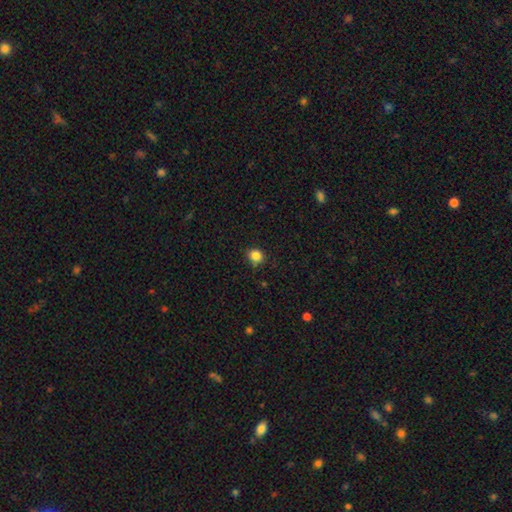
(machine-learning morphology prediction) Smooth or featured?
  - smooth: 84% *
  - star or artifact: 12%
  - featured or disk: 4%
How rounded?
  - round: 81% *
  - in between: 18%
  - cigar-shaped: 1%
Merging?
  - none: 82% *
  - minor disturbance: 13%
  - major disturbance: 3%
  - merger: 2%